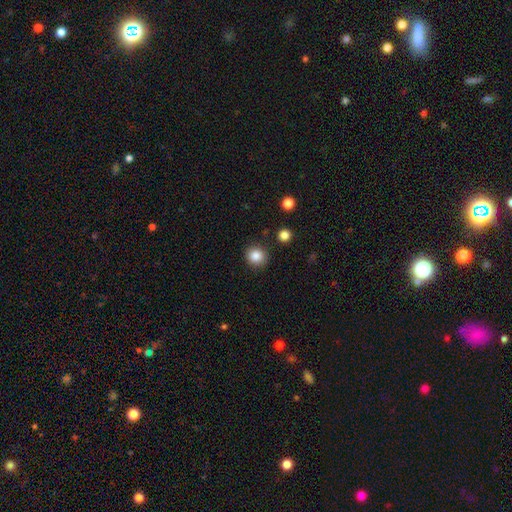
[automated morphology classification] Smooth or featured?
  - smooth: 86% *
  - star or artifact: 10%
  - featured or disk: 4%
How rounded?
  - round: 86% *
  - in between: 13%
  - cigar-shaped: 1%
Merging?
  - none: 88% *
  - minor disturbance: 7%
  - major disturbance: 2%
  - merger: 2%